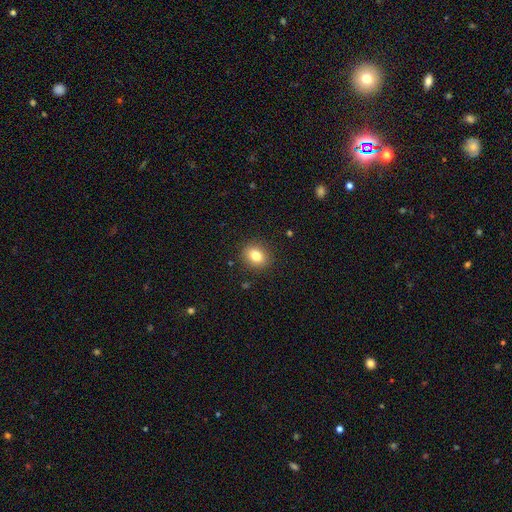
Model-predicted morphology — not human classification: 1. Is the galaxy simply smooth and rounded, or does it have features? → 82% smooth, 10% star or artifact, 8% featured or disk.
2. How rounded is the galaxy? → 55% round, 44% in between, 1% cigar-shaped.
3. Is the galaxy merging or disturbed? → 88% none, 8% minor disturbance, 3% major disturbance, 1% merger.